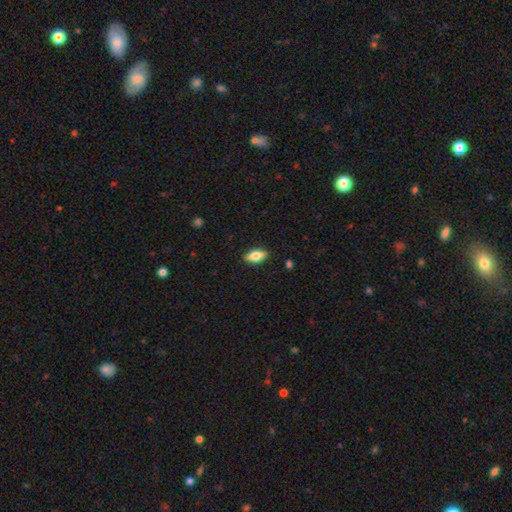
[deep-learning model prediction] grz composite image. It shows a smooth galaxy with no disk features (67%) that is in between round and cigar-shaped (85%). Merging: none (87%).